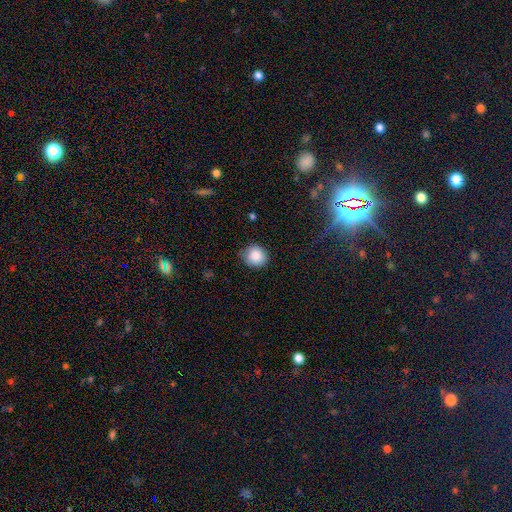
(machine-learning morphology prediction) Smooth or featured? Predicted: smooth (p=0.88). How rounded? Predicted: round (p=0.86). Merging? Predicted: none (p=0.78).